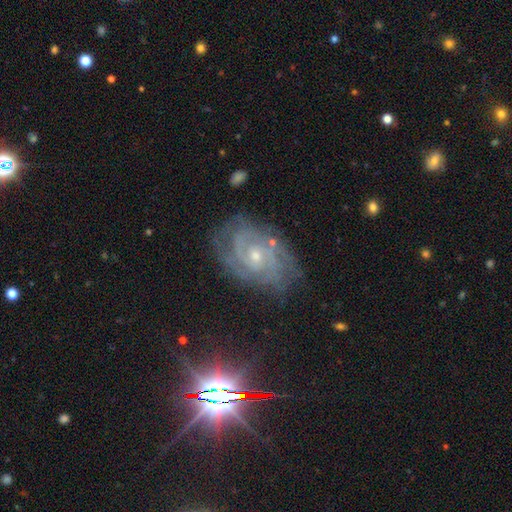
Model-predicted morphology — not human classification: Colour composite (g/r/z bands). It shows a featured or disk galaxy (85%) with no bar (59%), 2 (37%) tight (67%) spiral arms (97%) and a small central bulge (65%). Merging: none (76%).